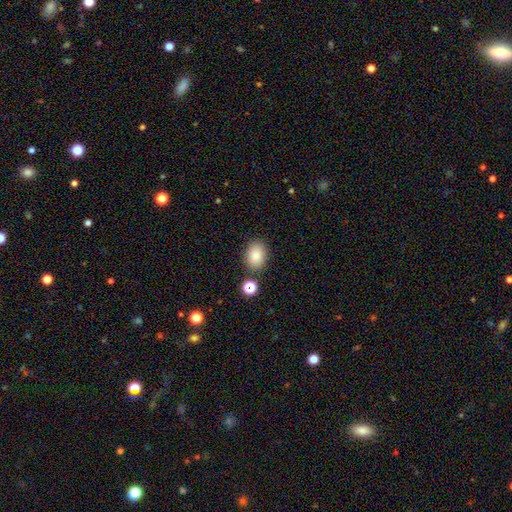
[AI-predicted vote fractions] The model was most divided on "how rounded": in between: 72%, round: 27%, cigar-shaped: 1%. More confident: smooth or featured — smooth (84%); merging — none (82%).